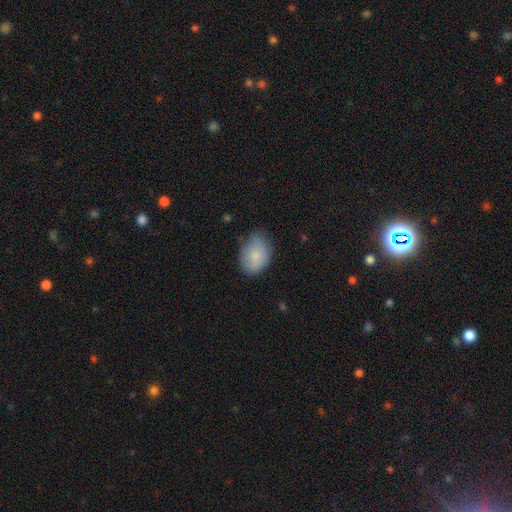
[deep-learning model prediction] Q: Smooth or featured?
A: smooth (82%); runner-up: featured or disk (11%)
Q: How rounded?
A: in between (79%); runner-up: round (20%)
Q: Merging?
A: none (66%); runner-up: minor disturbance (28%)